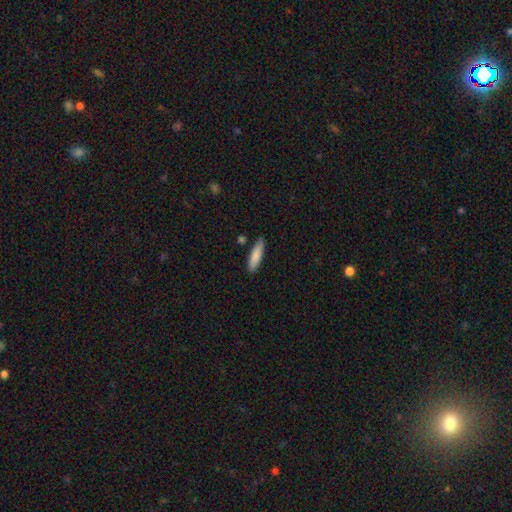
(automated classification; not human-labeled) A smooth galaxy with no disk features (85%) that is cigar-shaped (70%). Merging: none (85%).